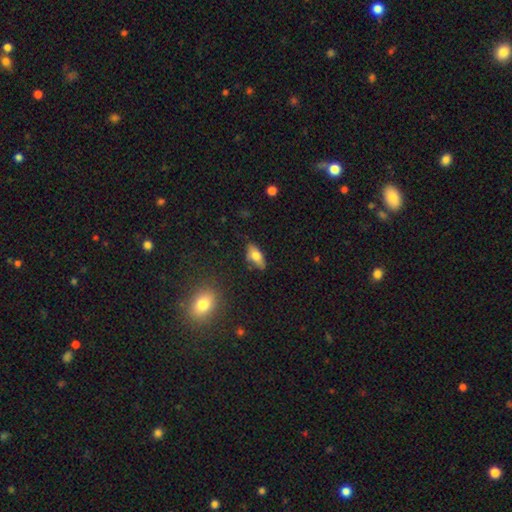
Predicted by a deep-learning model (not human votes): A smooth galaxy with no disk features (70%) that is in between round and cigar-shaped (82%).

Vote fractions:
- Smooth or featured? smooth: 70% / featured or disk: 22% / star or artifact: 8%
- How rounded? in between: 82% / cigar-shaped: 14% / round: 4%
- Merging? none: 75% / minor disturbance: 19% / major disturbance: 4% / merger: 3%